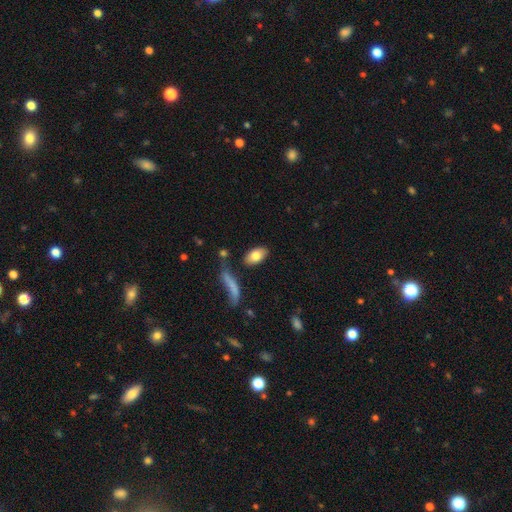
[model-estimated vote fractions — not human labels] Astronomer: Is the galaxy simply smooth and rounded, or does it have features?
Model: smooth — 80%.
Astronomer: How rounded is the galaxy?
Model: in between — 92%.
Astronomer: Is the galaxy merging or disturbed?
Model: none — 78%.